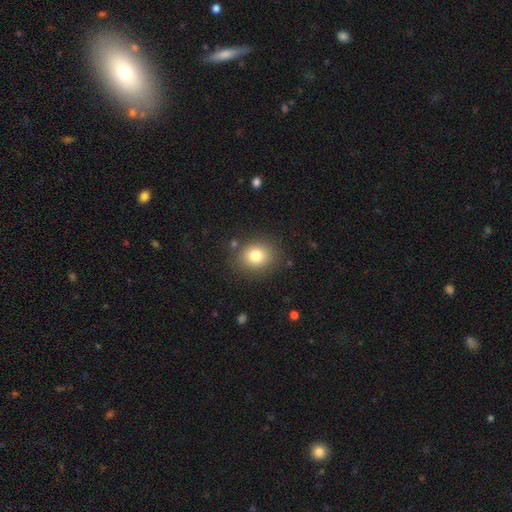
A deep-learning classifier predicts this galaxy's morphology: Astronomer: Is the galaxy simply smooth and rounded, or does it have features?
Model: smooth — 79%.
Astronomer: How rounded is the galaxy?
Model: round — 68%.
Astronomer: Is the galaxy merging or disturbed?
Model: none — 84%.